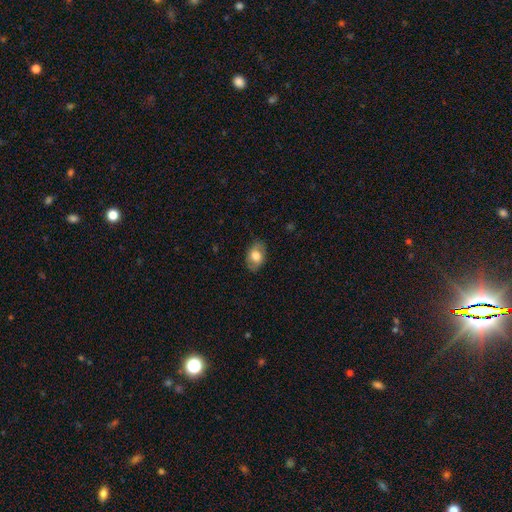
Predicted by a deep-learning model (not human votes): A smooth galaxy with no disk features (71%) that is in between round and cigar-shaped (86%). Merging: none (81%).